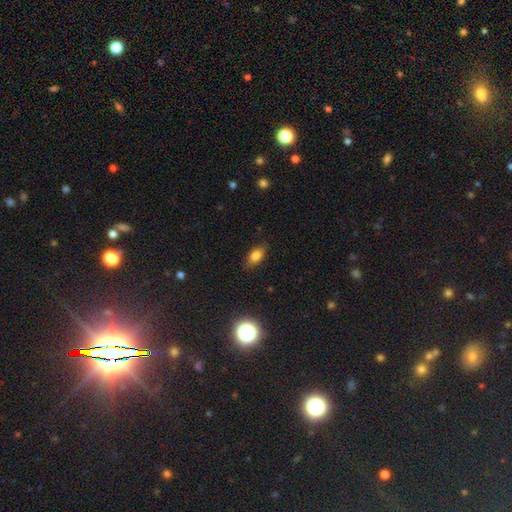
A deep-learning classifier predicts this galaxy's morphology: A smooth galaxy with no disk features (80%) that is in between round and cigar-shaped (86%). Merging: none (85%).